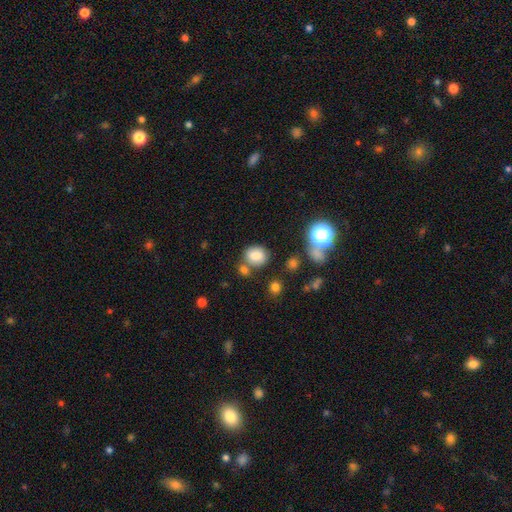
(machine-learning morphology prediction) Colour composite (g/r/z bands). It shows a smooth galaxy with no disk features (79%) that is round (59%). Merging: none (66%).